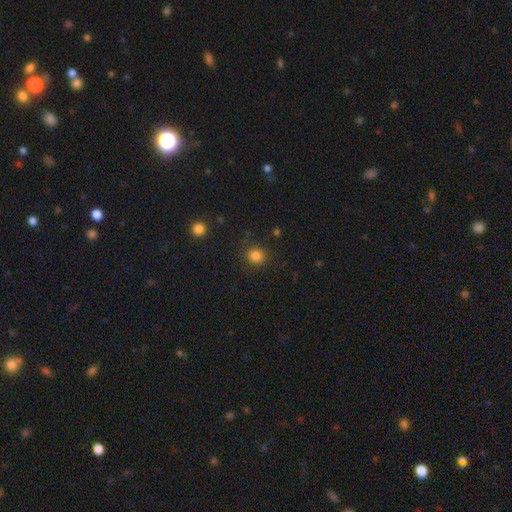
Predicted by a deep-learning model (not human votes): Morphology: type=smooth (83%); roundness=round (86%); merging=none (88%).